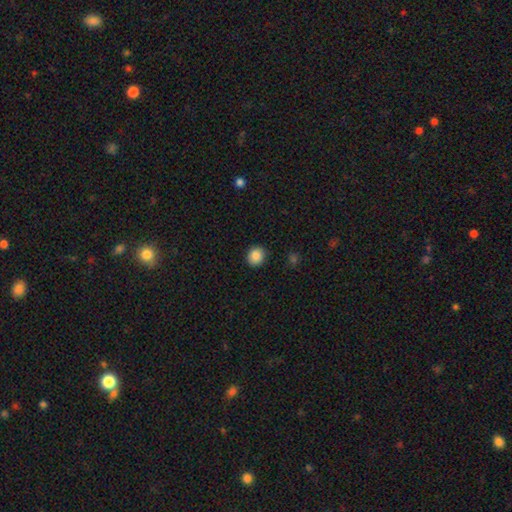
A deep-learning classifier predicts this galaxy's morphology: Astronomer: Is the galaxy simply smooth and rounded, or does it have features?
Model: smooth — 86%.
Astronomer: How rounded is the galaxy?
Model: round — 83%.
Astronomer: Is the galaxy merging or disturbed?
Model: none — 91%.